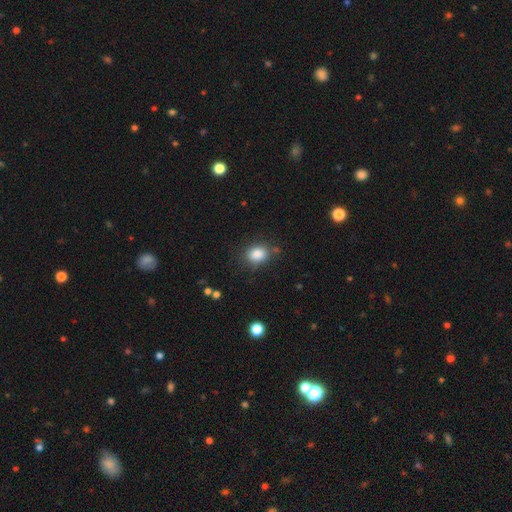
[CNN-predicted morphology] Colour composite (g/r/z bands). It shows a smooth galaxy with no disk features (86%) that is in between round and cigar-shaped (53%). Merging: none (77%).